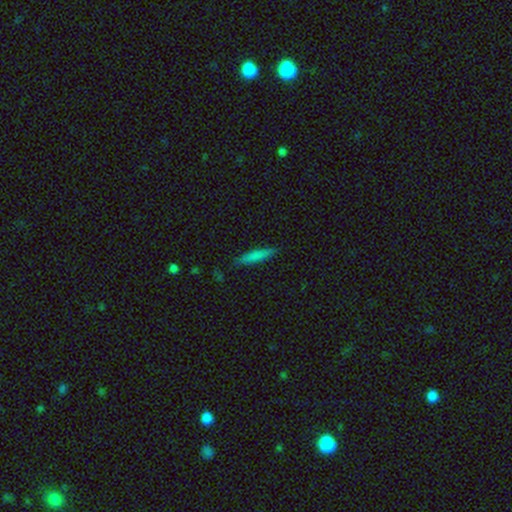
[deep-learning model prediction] Smooth or featured?
  - smooth: 77% *
  - featured or disk: 16%
  - star or artifact: 7%
How rounded?
  - cigar-shaped: 86% *
  - in between: 12%
  - round: 1%
Merging?
  - none: 85% *
  - minor disturbance: 11%
  - major disturbance: 2%
  - merger: 1%